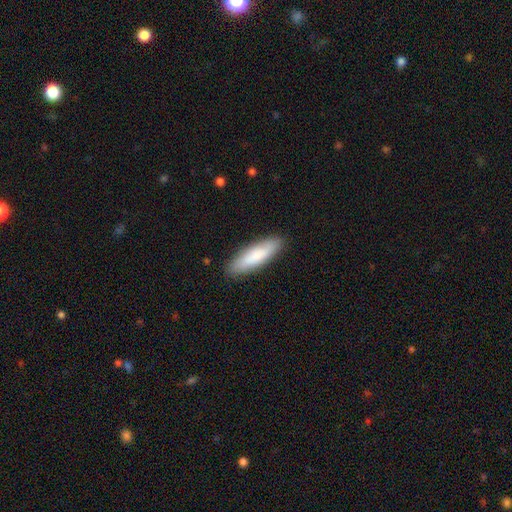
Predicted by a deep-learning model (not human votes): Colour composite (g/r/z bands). It shows a smooth galaxy with no disk features (82%) that is cigar-shaped (63%). Merging: none (88%).